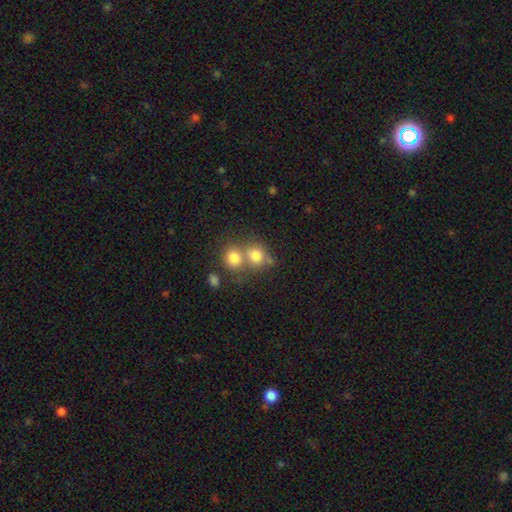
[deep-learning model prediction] Smooth or featured? smooth (77%)
How rounded? round (78%)
Merging? merger (49%)